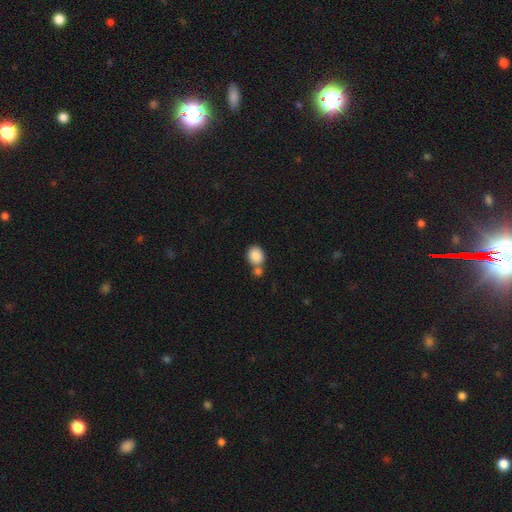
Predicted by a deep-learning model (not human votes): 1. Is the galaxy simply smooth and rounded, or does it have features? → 87% smooth, 8% star or artifact, 5% featured or disk.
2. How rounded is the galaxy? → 69% round, 30% in between, 1% cigar-shaped.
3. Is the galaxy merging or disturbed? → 49% none, 37% merger, 10% minor disturbance, 4% major disturbance.